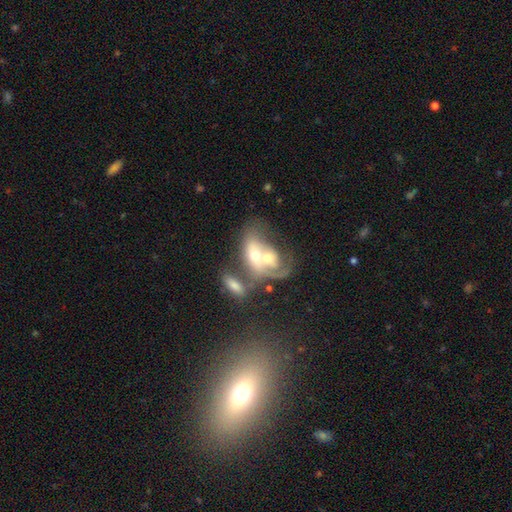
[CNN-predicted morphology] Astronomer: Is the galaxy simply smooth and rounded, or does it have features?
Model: featured or disk — 54% (runner-up: smooth, 38%).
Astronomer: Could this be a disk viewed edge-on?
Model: no — 93%.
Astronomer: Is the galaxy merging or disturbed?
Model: merger — 74%.